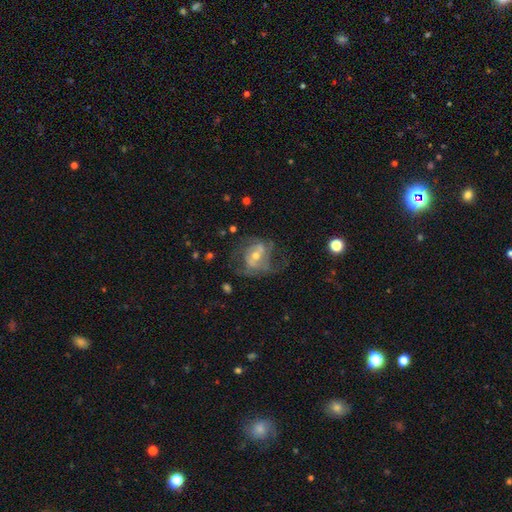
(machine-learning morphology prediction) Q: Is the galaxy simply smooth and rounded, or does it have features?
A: featured or disk — 76%.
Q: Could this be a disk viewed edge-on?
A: no — 97%.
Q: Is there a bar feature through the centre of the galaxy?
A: no — 42%, tied with weak.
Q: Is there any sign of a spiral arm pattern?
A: yes — 83%.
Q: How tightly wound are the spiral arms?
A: medium — 44%.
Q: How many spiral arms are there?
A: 2 — 45%.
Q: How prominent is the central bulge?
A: moderate — 50%.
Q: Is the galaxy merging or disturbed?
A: none — 50%.